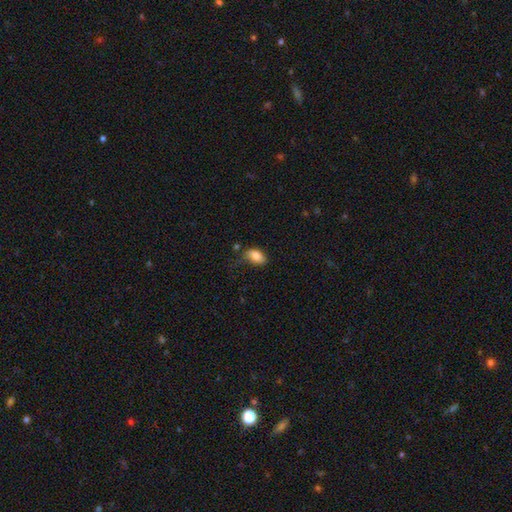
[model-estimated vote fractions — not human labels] Smooth or featured: smooth — 84% (star or artifact — 8%)
How rounded: in between — 91% (round — 7%)
Merging: none — 58% (minor disturbance — 28%)